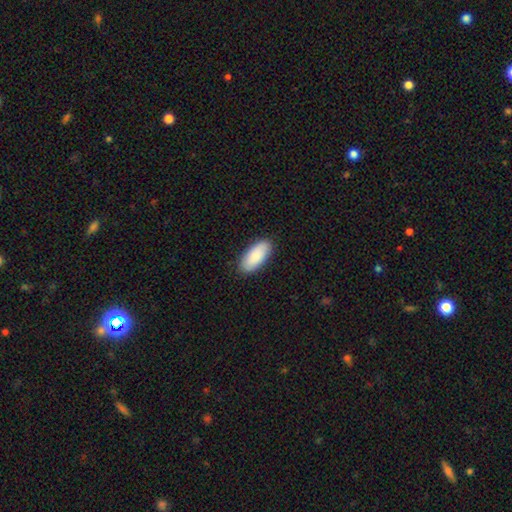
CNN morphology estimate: Smooth or featured? smooth (88%)
How rounded? in between (89%)
Merging? none (88%)